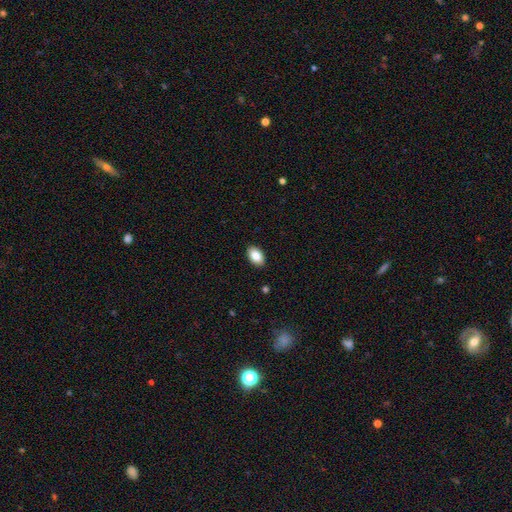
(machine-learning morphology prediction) type=smooth (87%); roundness=in between (92%); merging=none (90%).